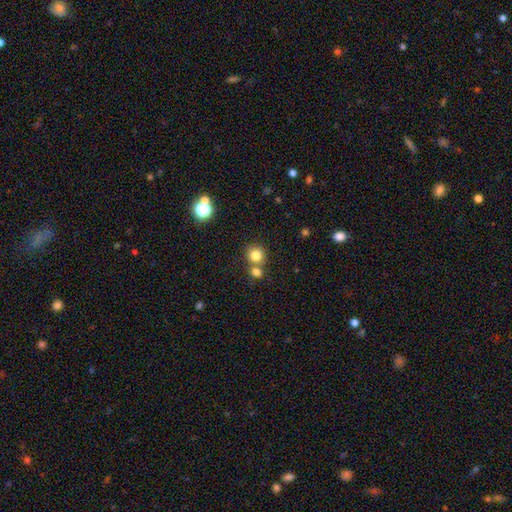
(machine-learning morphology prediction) Smooth or featured?
  - smooth: 80% *
  - star or artifact: 14%
  - featured or disk: 7%
How rounded?
  - round: 89% *
  - in between: 10%
  - cigar-shaped: 1%
Merging?
  - none: 62% *
  - merger: 28%
  - minor disturbance: 7%
  - major disturbance: 3%